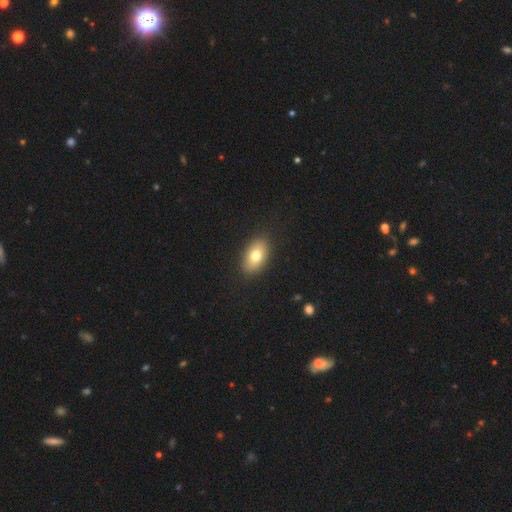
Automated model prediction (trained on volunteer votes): A smooth galaxy with no disk features (76%) that is in between round and cigar-shaped (90%). Merging: none (88%).